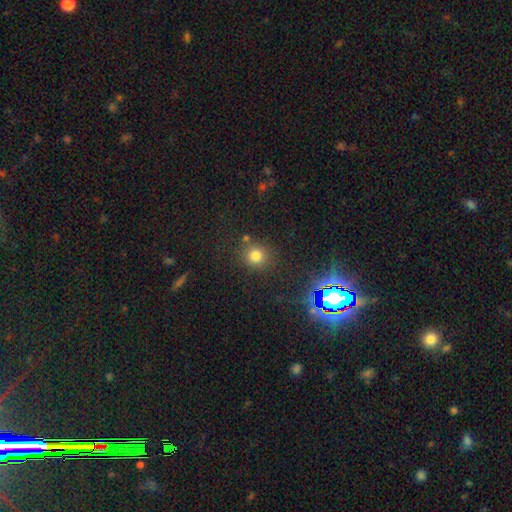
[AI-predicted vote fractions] smooth-or-featured: smooth: 74% | star or artifact: 19% | featured or disk: 7%
  how-rounded: round: 88% | in between: 11% | cigar-shaped: 1%
  merging: none: 80% | minor disturbance: 10% | merger: 6% | major disturbance: 4%